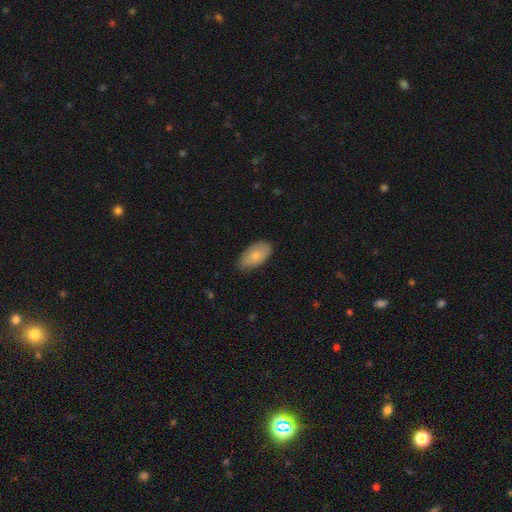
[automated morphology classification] This is likely a smooth galaxy (75%). How rounded: clearly in between (94%). Merging: likely none (71%).